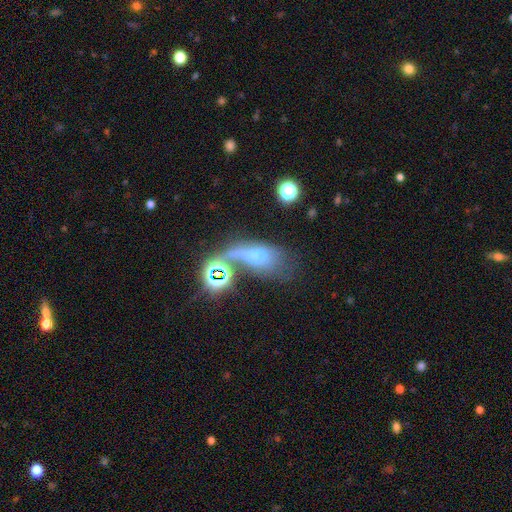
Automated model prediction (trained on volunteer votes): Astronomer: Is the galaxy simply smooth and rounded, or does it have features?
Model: smooth — 42% (runner-up: featured or disk, 36%).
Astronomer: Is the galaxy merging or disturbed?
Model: merger — 54%.